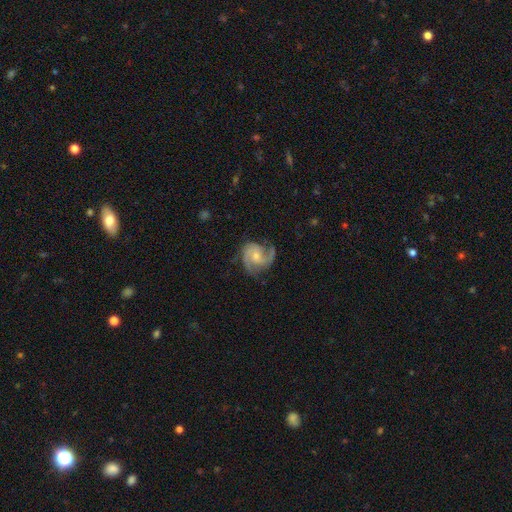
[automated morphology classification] type=featured or disk (86%); edge-on=no (98%); bar=no (68%); spiral arms=yes (97%); winding=medium (52%); arm count=2 (65%); bulge=small (53%); merging=none (70%).